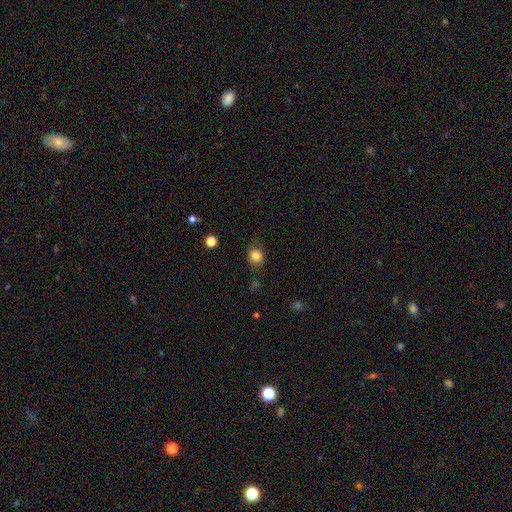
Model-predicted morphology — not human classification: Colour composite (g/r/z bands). It shows a smooth galaxy with no disk features (82%) that is round (57%). Merging: none (72%).